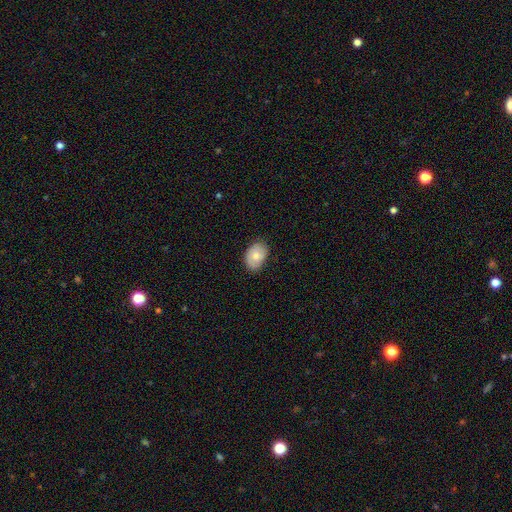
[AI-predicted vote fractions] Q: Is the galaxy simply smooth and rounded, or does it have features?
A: smooth — 67%.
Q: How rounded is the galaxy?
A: in between — 81%.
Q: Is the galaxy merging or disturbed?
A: none — 79%.